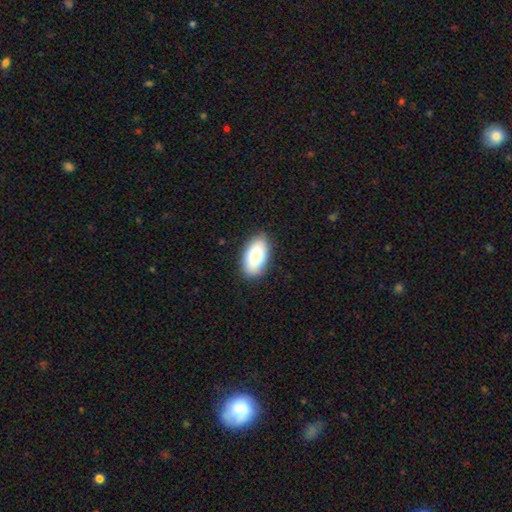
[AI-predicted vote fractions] smooth_or_featured: smooth (p=0.79) [alt: featured or disk p=0.14]
how_rounded: in between (p=0.94) [alt: round p=0.04]
merging: none (p=0.87) [alt: minor disturbance p=0.10]